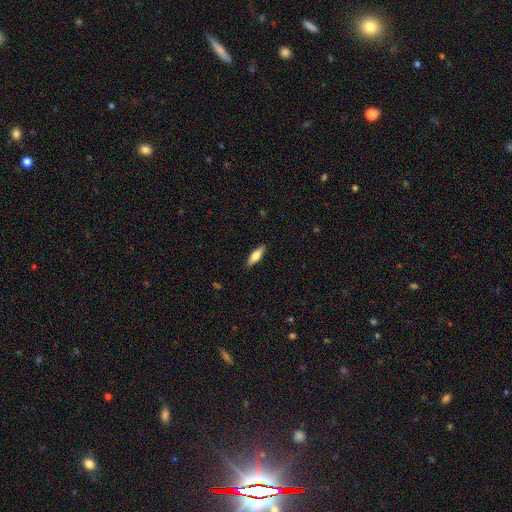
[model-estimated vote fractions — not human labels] A smooth galaxy with no disk features (59%) that is cigar-shaped (52%).

Vote fractions:
- Smooth or featured? smooth: 59% / featured or disk: 35% / star or artifact: 6%
- How rounded? cigar-shaped: 52% / in between: 46% / round: 2%
- Merging? none: 89% / minor disturbance: 8% / major disturbance: 2% / merger: 1%